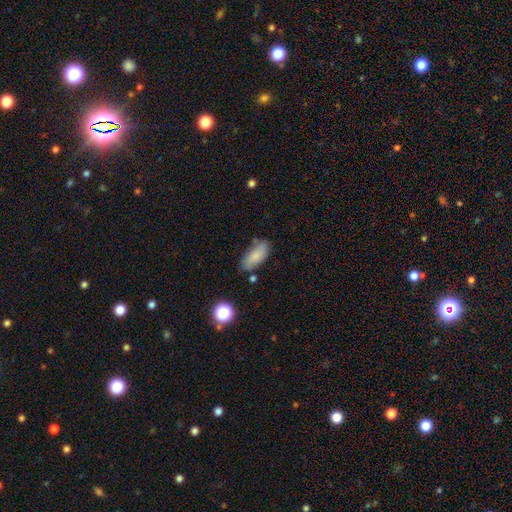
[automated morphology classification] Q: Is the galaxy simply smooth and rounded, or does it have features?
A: smooth — 82%.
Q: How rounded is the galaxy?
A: in between — 85%.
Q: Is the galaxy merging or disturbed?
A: none — 71%.